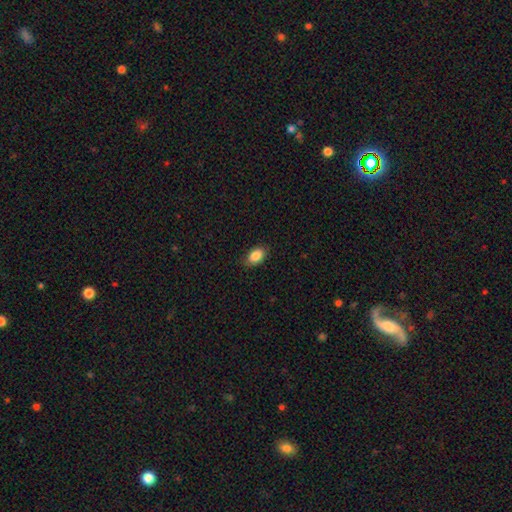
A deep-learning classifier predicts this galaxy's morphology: Smooth or featured: smooth — 88% (star or artifact — 8%)
How rounded: in between — 88% (round — 10%)
Merging: none — 85% (minor disturbance — 12%)